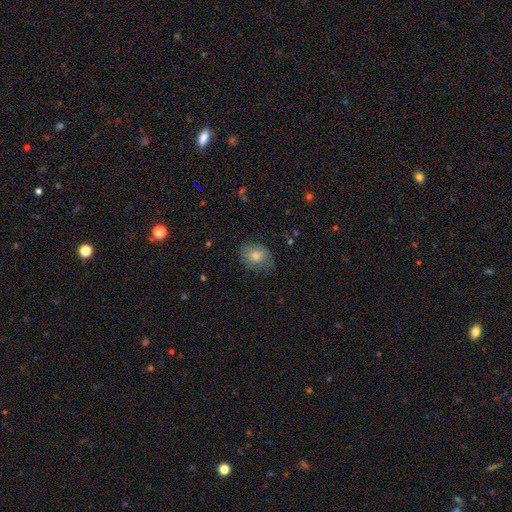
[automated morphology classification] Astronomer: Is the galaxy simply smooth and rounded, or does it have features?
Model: smooth — 64%.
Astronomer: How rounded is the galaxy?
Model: in between — 57% (runner-up: round, 42%).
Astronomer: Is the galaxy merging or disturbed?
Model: none — 74%.